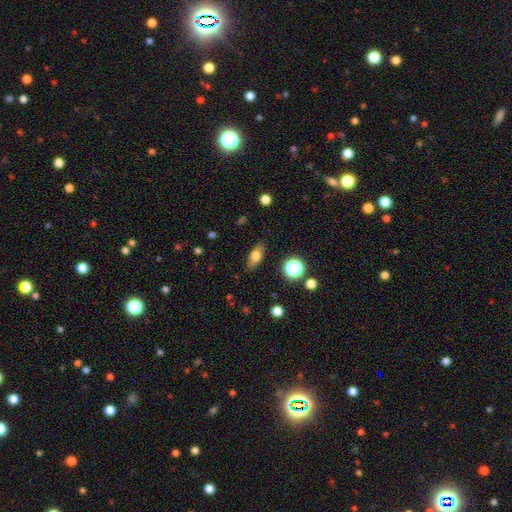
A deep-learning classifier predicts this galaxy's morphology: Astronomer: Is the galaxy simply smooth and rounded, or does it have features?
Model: smooth — 71%.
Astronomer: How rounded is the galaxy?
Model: in between — 72%.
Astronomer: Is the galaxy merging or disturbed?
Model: none — 84%.